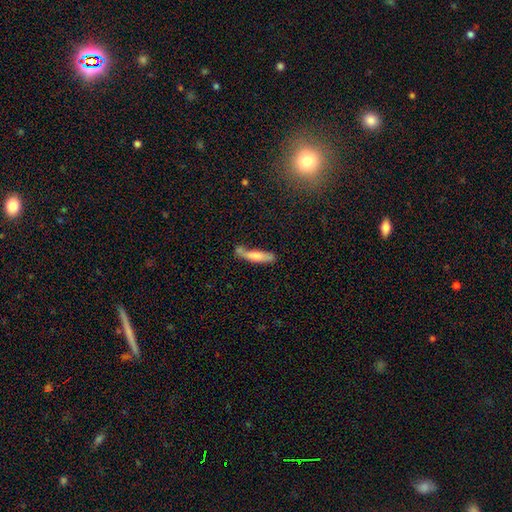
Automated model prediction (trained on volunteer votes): A smooth galaxy with no disk features (56%) that is cigar-shaped (79%). Merging: none (60%).